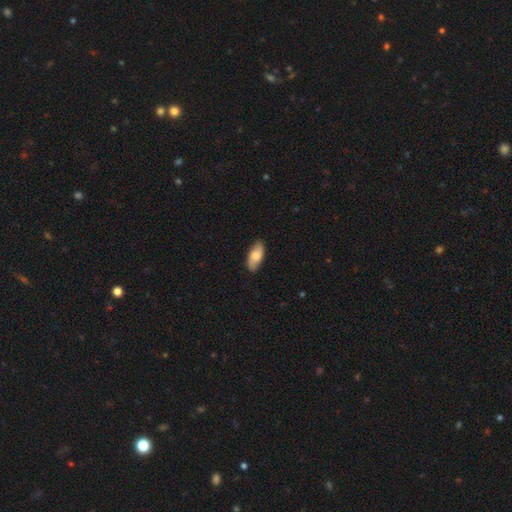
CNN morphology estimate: Q: Smooth or featured?
A: smooth (69%); runner-up: featured or disk (25%)
Q: How rounded?
A: in between (86%); runner-up: cigar-shaped (11%)
Q: Merging?
A: none (86%); runner-up: minor disturbance (11%)